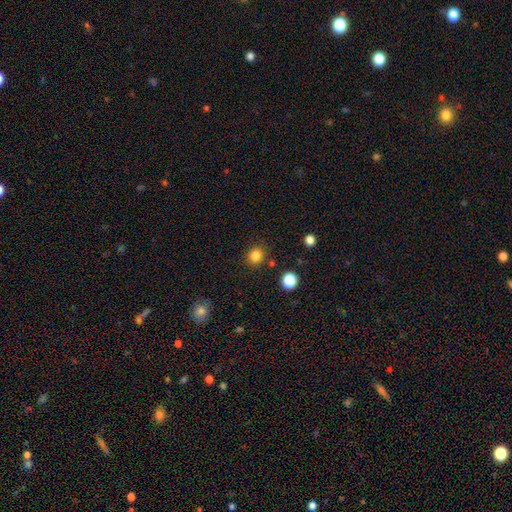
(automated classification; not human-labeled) Morphology: type=smooth (83%); roundness=round (86%); merging=none (86%).